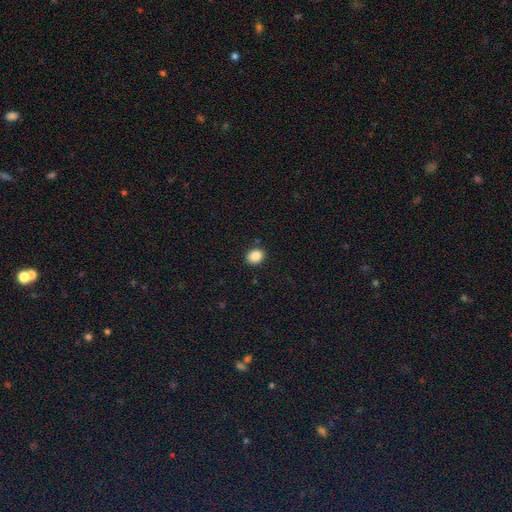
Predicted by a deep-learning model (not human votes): Smooth or featured: smooth — 86% (star or artifact — 9%)
How rounded: in between — 50% (round — 49%)
Merging: none — 87% (minor disturbance — 8%)